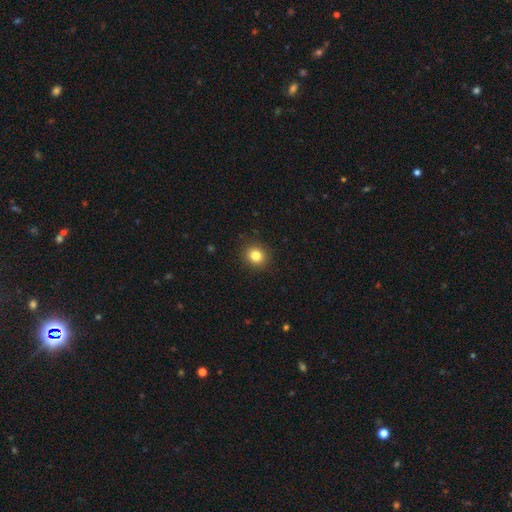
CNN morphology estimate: Overall: smooth (82%). How rounded: round (83%). Merging: none (91%).